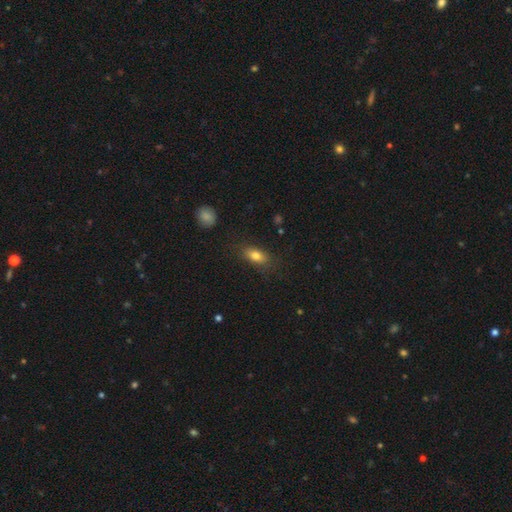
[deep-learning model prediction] A smooth galaxy with no disk features (80%) that is in between round and cigar-shaped (80%). Merging: none (80%).